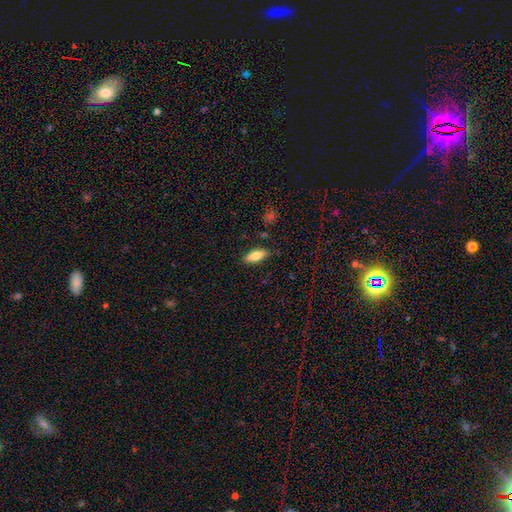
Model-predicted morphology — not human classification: Smooth or featured?
  - smooth: 74% *
  - featured or disk: 20%
  - star or artifact: 7%
How rounded?
  - in between: 69% *
  - cigar-shaped: 29%
  - round: 2%
Merging?
  - none: 85% *
  - minor disturbance: 10%
  - major disturbance: 2%
  - merger: 2%